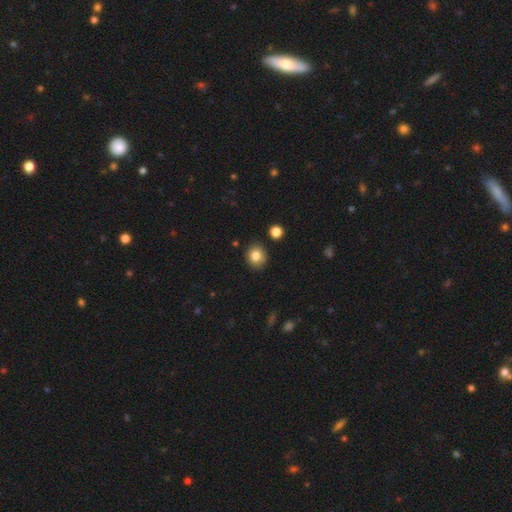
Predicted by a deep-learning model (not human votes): smooth 82%, star or artifact 10%, featured or disk 7%. Down the decision tree: how rounded — round (78%); merging — none (87%).